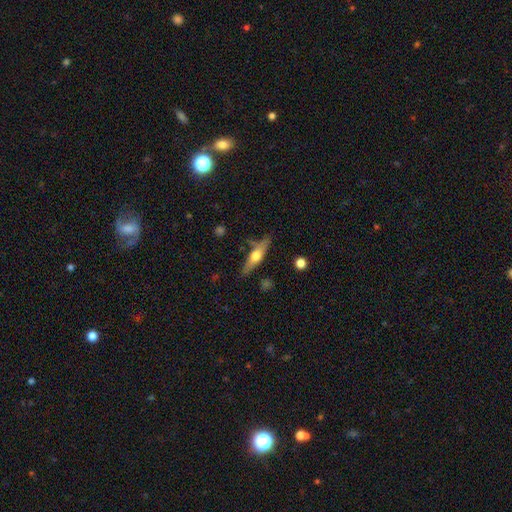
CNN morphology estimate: type=featured or disk (53%); edge-on=yes (91%); merging=none (76%).